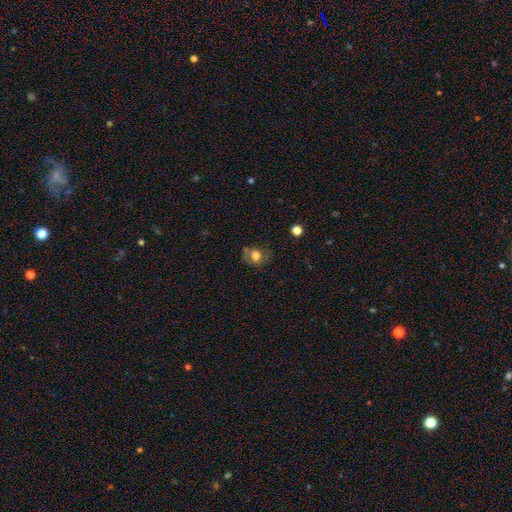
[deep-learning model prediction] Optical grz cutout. It shows a smooth galaxy with no disk features (70%) that is round (61%). Merging: none (60%).